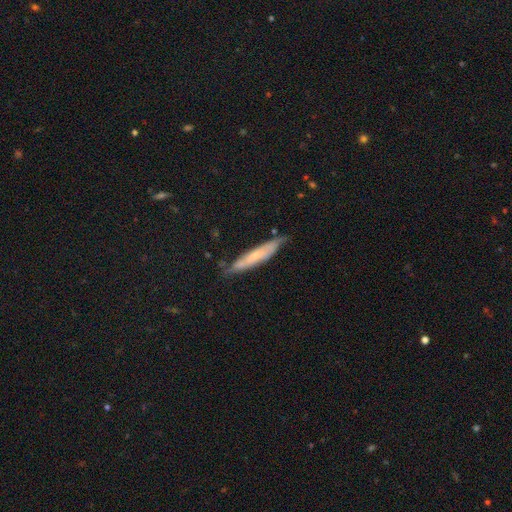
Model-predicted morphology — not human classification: type=featured or disk (47%); merging=none (70%).